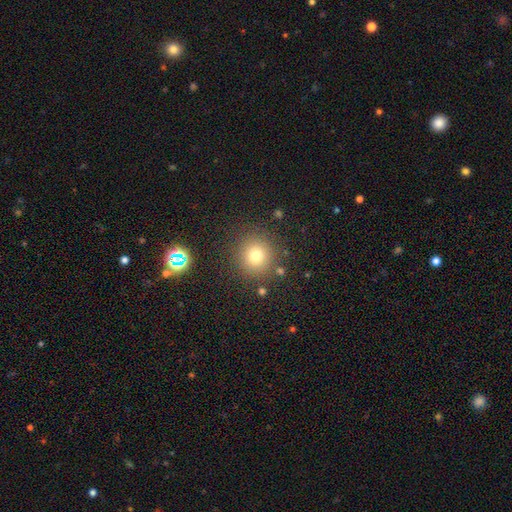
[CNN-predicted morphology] The model was most divided on "smooth or featured": smooth: 75%, star or artifact: 16%, featured or disk: 9%. More confident: how rounded — round (93%); merging — none (86%).